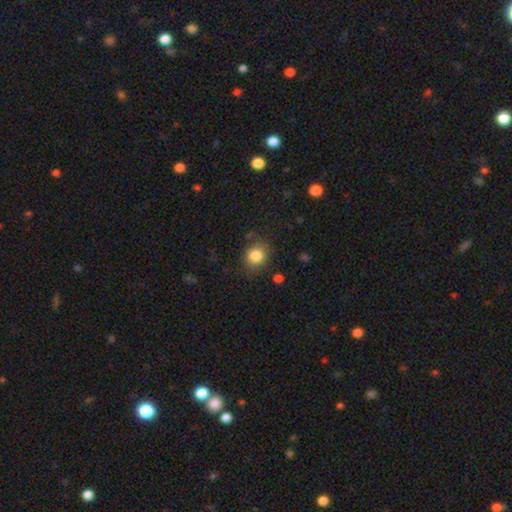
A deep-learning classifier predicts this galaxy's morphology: Smooth or featured: smooth — 84% (star or artifact — 10%)
How rounded: round — 75% (in between — 24%)
Merging: none — 79% (minor disturbance — 14%)